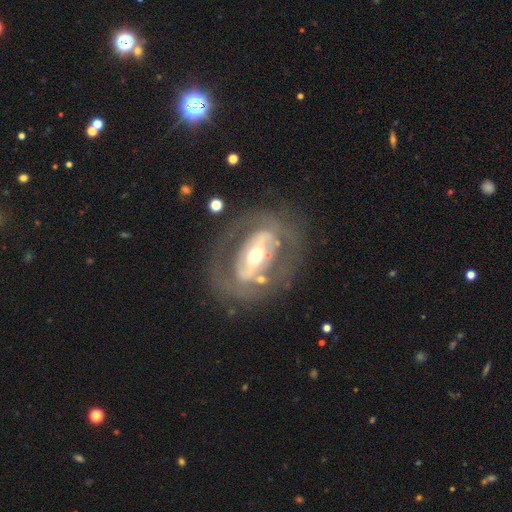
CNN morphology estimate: This is likely a featured or disk galaxy (78%). It is clearly not viewed edge-on (91%). Bar: possibly strong (56%). Spiral arm pattern: likely no (62%). Central bulge: likely moderate (68%). Merging: likely none (71%).